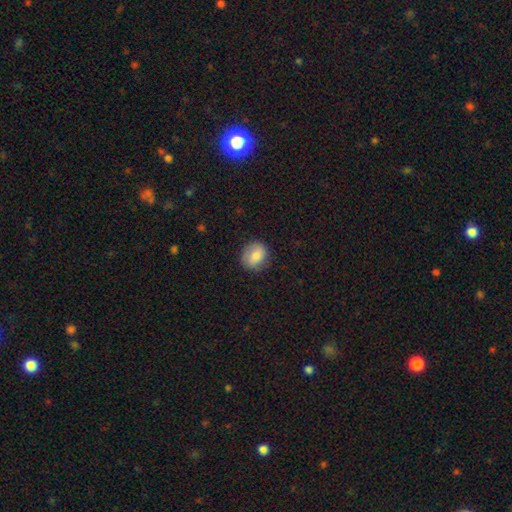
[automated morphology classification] Smooth or featured? Predicted: smooth (p=0.79). How rounded? Predicted: round (p=0.70). Merging? Predicted: none (p=0.83).